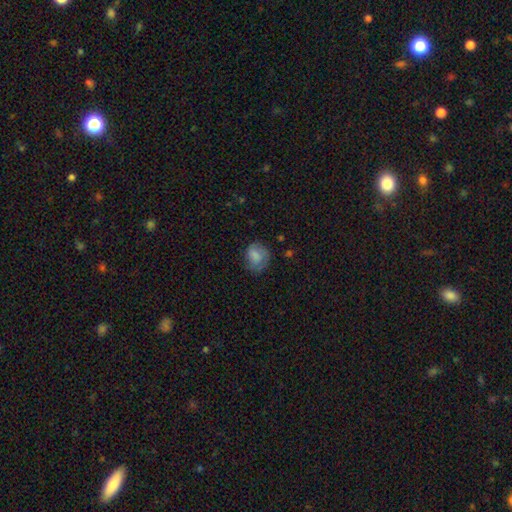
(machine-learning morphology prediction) A smooth galaxy with no disk features (73%) that is round (59%). Merging: none (57%).